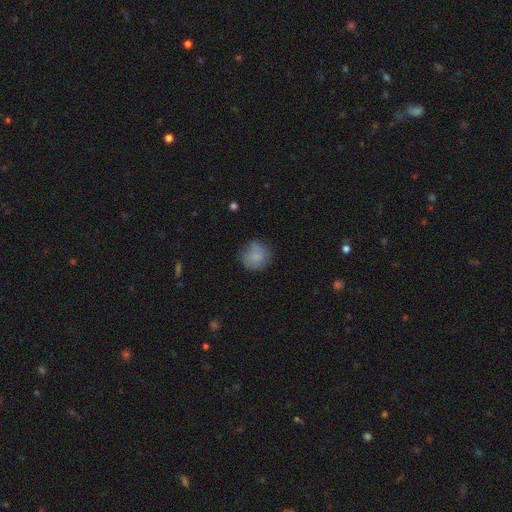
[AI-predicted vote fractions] Q: Smooth or featured?
A: smooth (80%); runner-up: featured or disk (11%)
Q: How rounded?
A: round (88%); runner-up: in between (11%)
Q: Merging?
A: none (67%); runner-up: minor disturbance (24%)